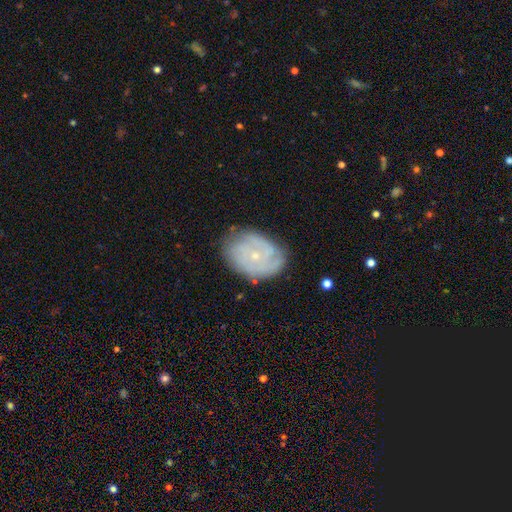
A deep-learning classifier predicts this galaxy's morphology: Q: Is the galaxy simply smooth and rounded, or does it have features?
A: featured or disk — 71%.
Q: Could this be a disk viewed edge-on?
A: no — 97%.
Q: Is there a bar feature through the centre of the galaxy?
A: no — 80%.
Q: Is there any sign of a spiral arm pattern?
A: yes — 85%.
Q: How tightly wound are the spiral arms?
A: tight — 64%.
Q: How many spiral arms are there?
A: can't tell — 43%.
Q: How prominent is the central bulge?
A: small — 77%.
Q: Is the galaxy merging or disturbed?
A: none — 72%.